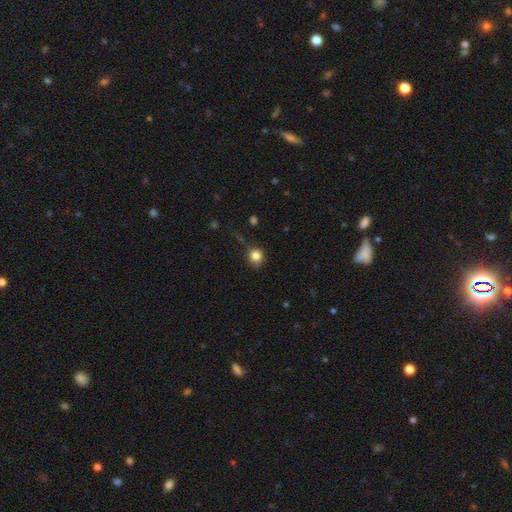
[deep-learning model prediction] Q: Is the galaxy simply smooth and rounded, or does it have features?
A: smooth — 82%.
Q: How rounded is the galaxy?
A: round — 90%.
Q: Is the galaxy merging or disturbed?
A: none — 78%.